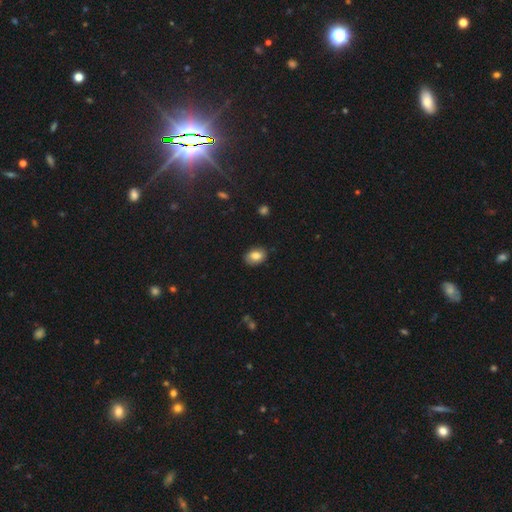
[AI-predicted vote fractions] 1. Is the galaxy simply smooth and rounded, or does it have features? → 83% smooth, 8% featured or disk, 8% star or artifact.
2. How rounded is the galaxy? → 81% in between, 18% round, 1% cigar-shaped.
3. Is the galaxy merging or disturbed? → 83% none, 14% minor disturbance, 3% major disturbance, 1% merger.